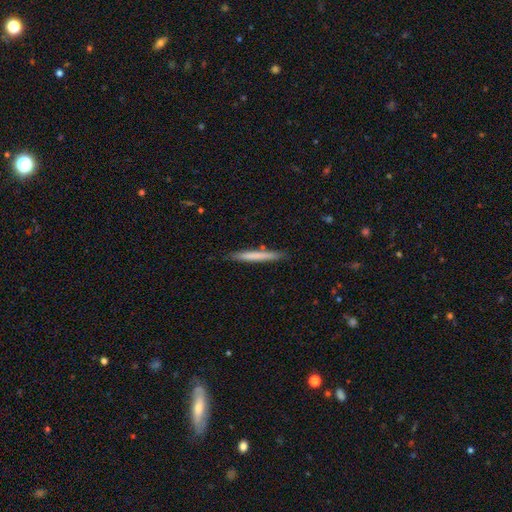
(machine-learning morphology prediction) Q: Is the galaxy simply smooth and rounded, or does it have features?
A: smooth — 68%.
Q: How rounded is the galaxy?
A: cigar-shaped — 97%.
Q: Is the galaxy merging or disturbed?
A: none — 89%.